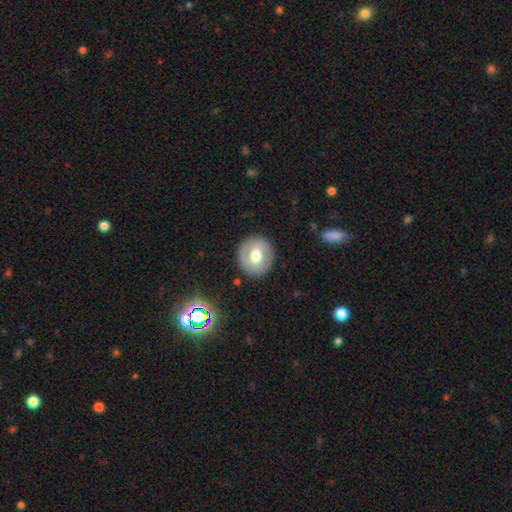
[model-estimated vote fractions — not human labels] smooth_or_featured: smooth (p=0.54) [alt: featured or disk p=0.39]
how_rounded: round (p=0.87) [alt: in between p=0.12]
merging: none (p=0.86) [alt: minor disturbance p=0.09]